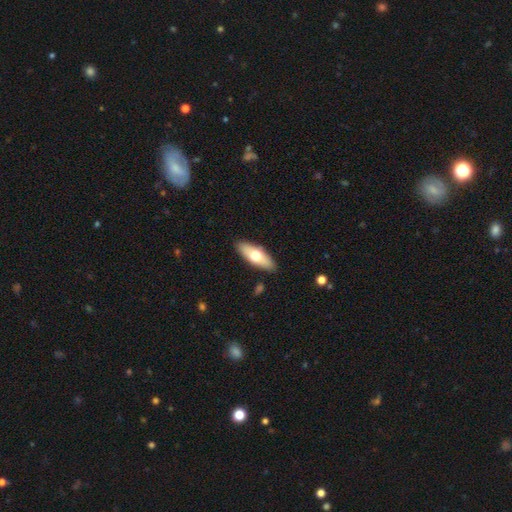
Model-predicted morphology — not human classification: smooth-or-featured: smooth: 60% | featured or disk: 34% | star or artifact: 6%
  how-rounded: in between: 71% | cigar-shaped: 26% | round: 3%
  merging: none: 88% | minor disturbance: 9% | major disturbance: 2% | merger: 1%